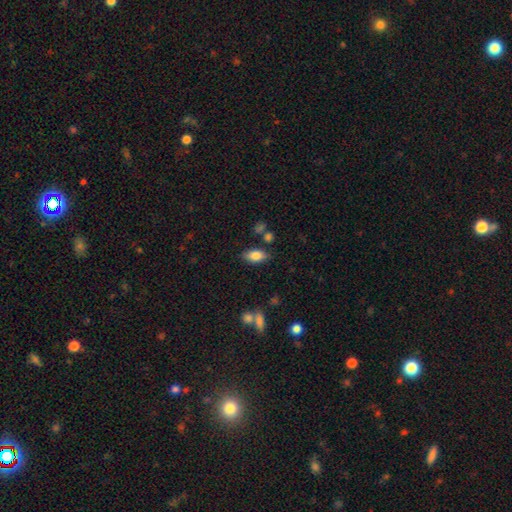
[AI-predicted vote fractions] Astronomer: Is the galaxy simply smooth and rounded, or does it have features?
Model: smooth — 81%.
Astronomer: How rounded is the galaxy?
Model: in between — 89%.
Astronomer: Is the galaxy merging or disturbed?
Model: none — 79%.